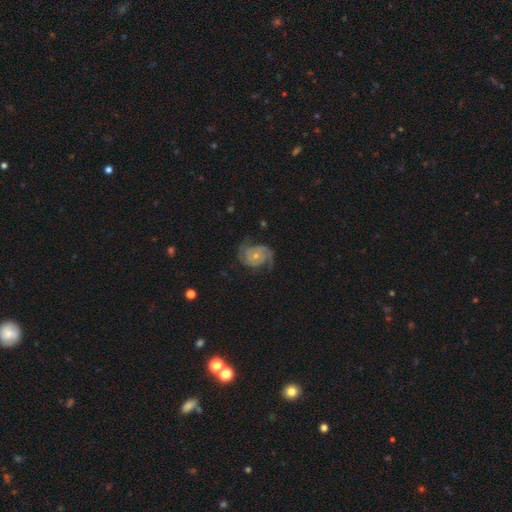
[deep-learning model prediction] This is clearly a featured or disk galaxy (85%). It is clearly not viewed edge-on (98%). Bar: likely no (70%). Spiral arm pattern: clearly yes (96%). Spiral arm count: likely 2 (72%). Spiral winding: marginally tight (42%, tied with medium). Central bulge: likely small (61%). Merging: likely none (65%).